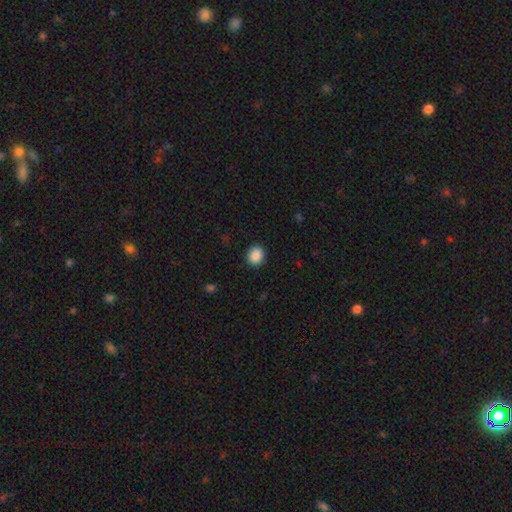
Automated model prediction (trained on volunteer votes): Overall: smooth (89%). How rounded: round (74%). Merging: none (91%).